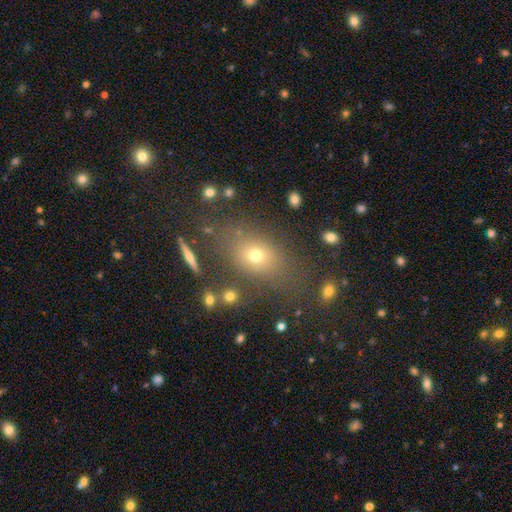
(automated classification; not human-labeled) smooth_or_featured: smooth (p=0.64) [alt: star or artifact p=0.21]
how_rounded: in between (p=0.63) [alt: round p=0.34]
merging: none (p=0.77) [alt: minor disturbance p=0.13]